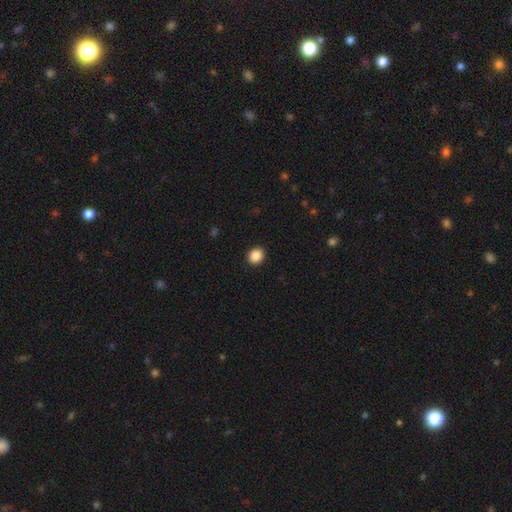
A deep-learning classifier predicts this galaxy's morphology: Overall: smooth (88%). How rounded: round (79%). Merging: none (92%).